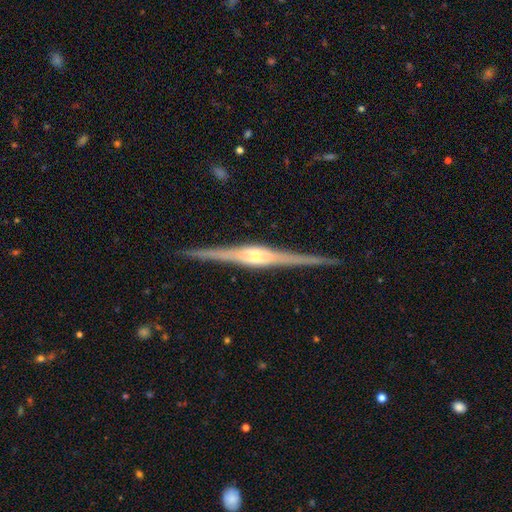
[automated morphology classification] A featured or disk galaxy (88%) viewed edge-on (98%) with a rounded central bulge (82%).

Vote fractions:
- Smooth or featured? featured or disk: 88% / smooth: 7% / star or artifact: 5%
- Edge-on disk? yes: 98% / no: 2%
- Edge-on bulge? rounded: 82% / boxy: 14% / none: 4%
- Merging? none: 89% / minor disturbance: 9% / major disturbance: 2% / merger: 1%